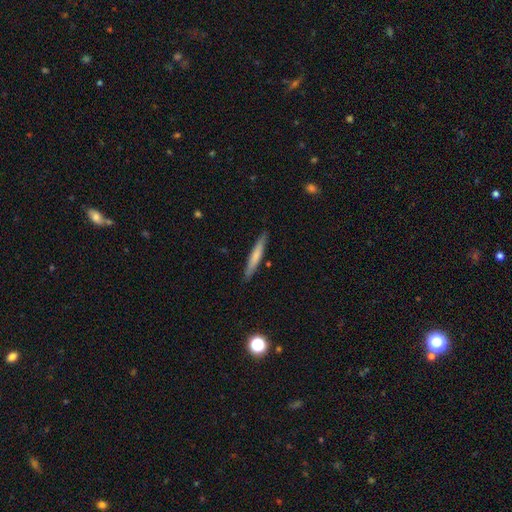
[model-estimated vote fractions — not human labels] smooth 67%, featured or disk 28%, star or artifact 6%. Down the decision tree: how rounded — cigar-shaped (94%); merging — none (88%).